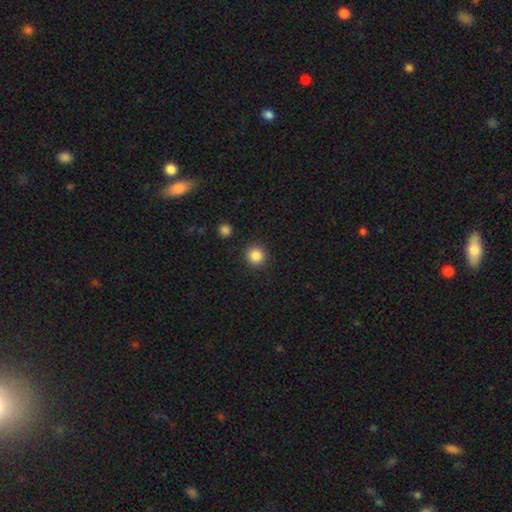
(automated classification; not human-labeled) Smooth or featured? Predicted: smooth (p=0.86). How rounded? Predicted: round (p=0.93). Merging? Predicted: none (p=0.90).